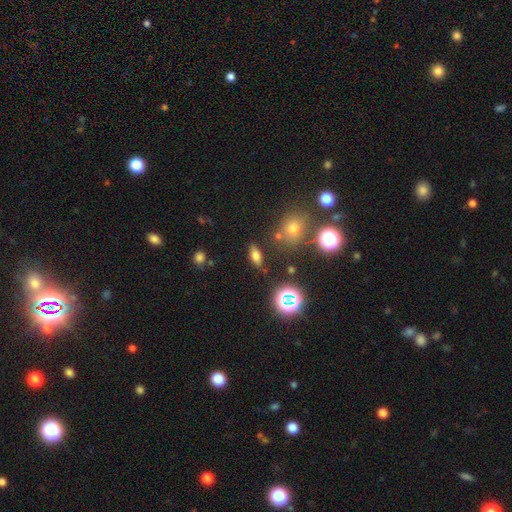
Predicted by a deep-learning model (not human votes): This is likely a smooth galaxy (63%). How rounded: likely in between (71%). Merging: clearly none (80%).